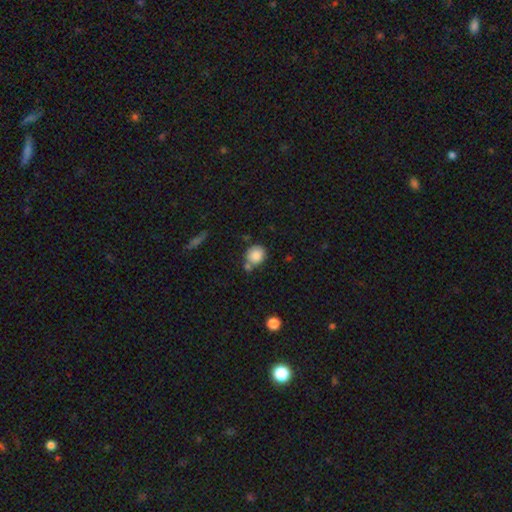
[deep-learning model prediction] Q: Smooth or featured?
A: smooth (85%); runner-up: star or artifact (9%)
Q: How rounded?
A: round (75%); runner-up: in between (24%)
Q: Merging?
A: none (59%); runner-up: merger (20%)